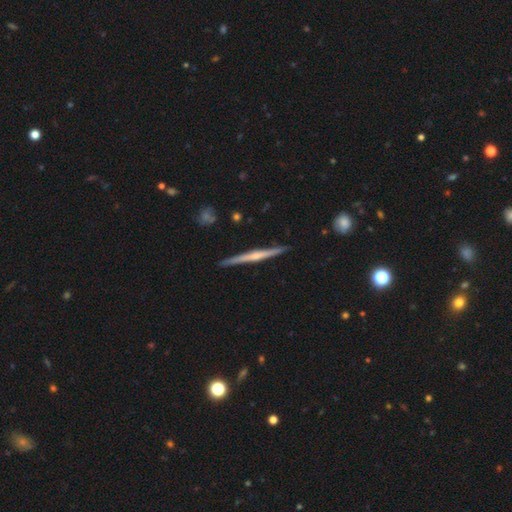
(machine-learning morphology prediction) featured or disk 71%, smooth 24%, star or artifact 5%. Down the decision tree: edge-on disk — yes (98%); edge-on bulge — rounded (57%); merging — none (91%).